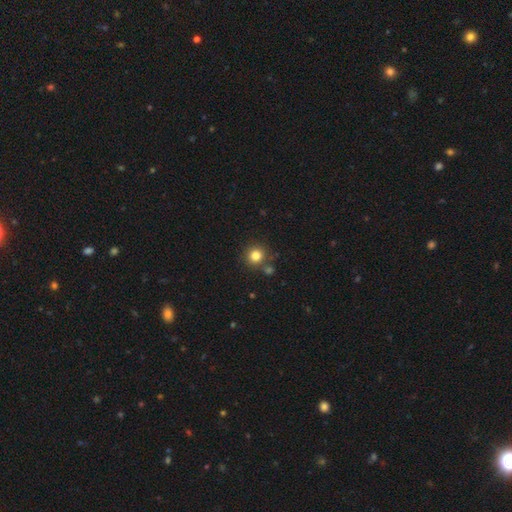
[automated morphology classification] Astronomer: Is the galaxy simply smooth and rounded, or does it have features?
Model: smooth — 82%.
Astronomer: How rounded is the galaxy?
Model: round — 92%.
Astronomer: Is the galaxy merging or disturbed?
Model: none — 79%.